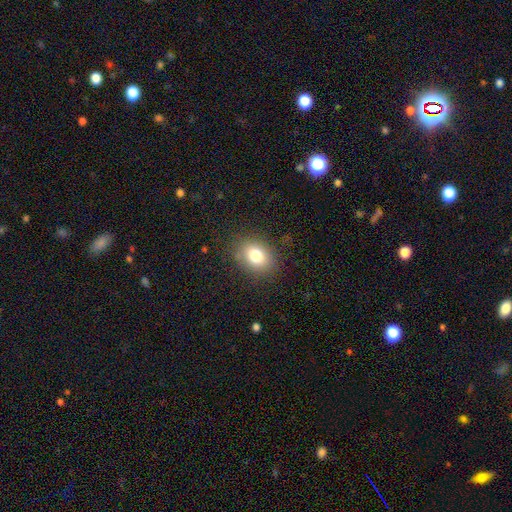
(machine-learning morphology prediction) Smooth or featured: smooth — 78% (star or artifact — 11%)
How rounded: in between — 60% (round — 39%)
Merging: none — 85% (minor disturbance — 11%)